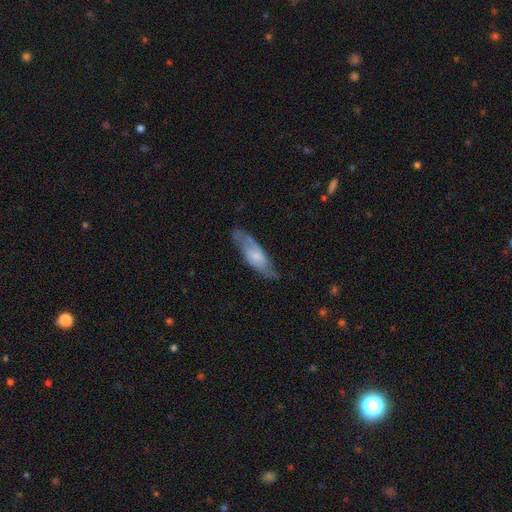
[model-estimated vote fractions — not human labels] Smooth or featured? featured or disk (55%)
Edge-on disk? no (74%)
Merging? none (69%)